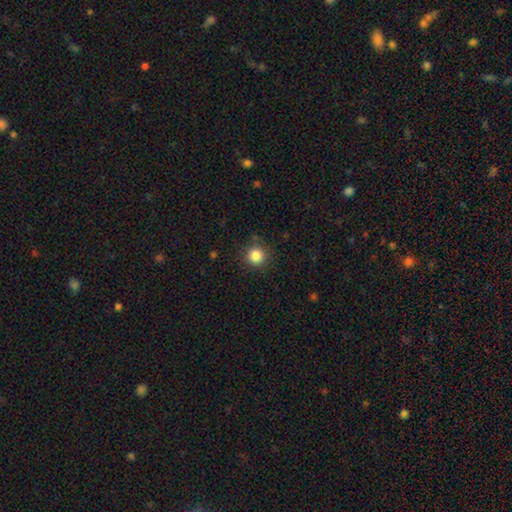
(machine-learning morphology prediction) Smooth or featured? Predicted: smooth (p=0.85). How rounded? Predicted: round (p=0.94). Merging? Predicted: none (p=0.88).